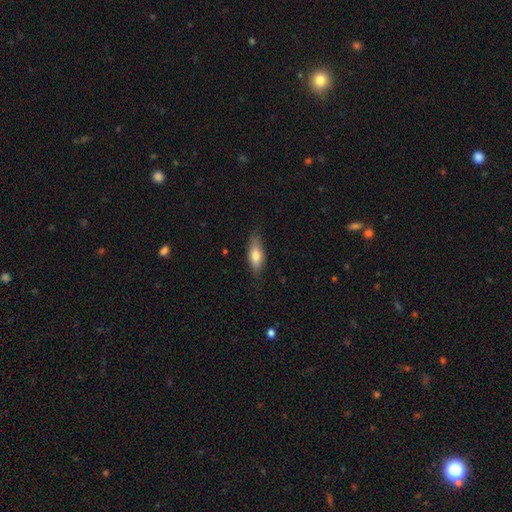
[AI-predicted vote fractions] This is likely a smooth galaxy (70%). How rounded: likely in between (66%). Merging: likely none (77%).